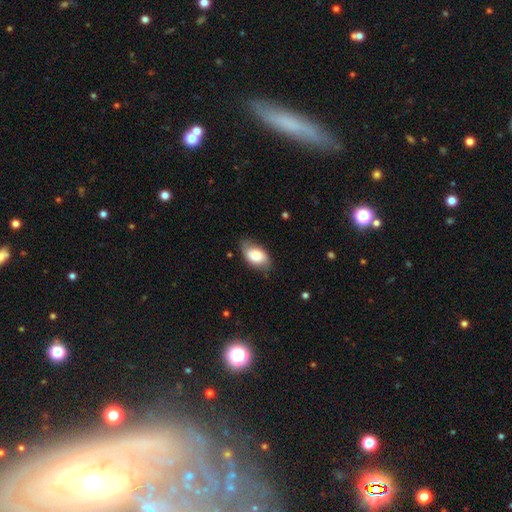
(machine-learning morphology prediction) This is likely a smooth galaxy (78%). How rounded: clearly in between (93%). Merging: likely none (72%).